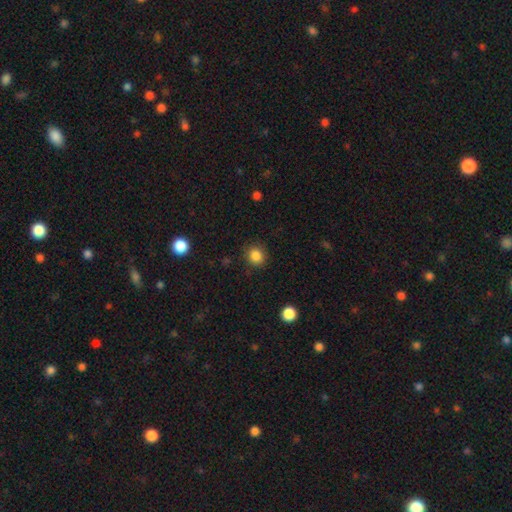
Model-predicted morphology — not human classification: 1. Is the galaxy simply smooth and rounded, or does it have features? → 85% smooth, 11% star or artifact, 4% featured or disk.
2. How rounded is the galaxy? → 86% round, 13% in between, 1% cigar-shaped.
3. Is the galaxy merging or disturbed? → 88% none, 8% minor disturbance, 3% major disturbance, 1% merger.